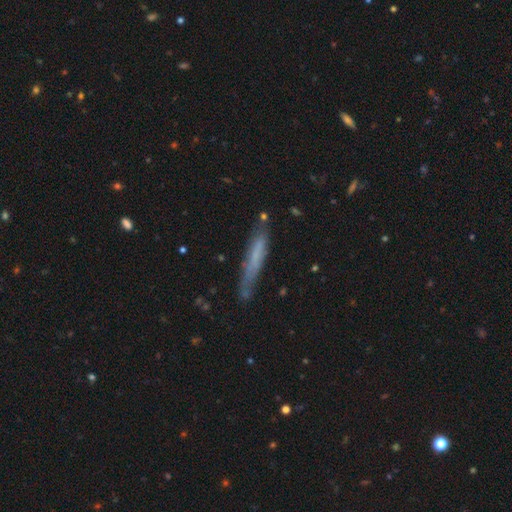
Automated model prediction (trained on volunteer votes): Overall: smooth (57%; featured or disk 36%). How rounded: cigar-shaped (92%). Merging: none (68%).